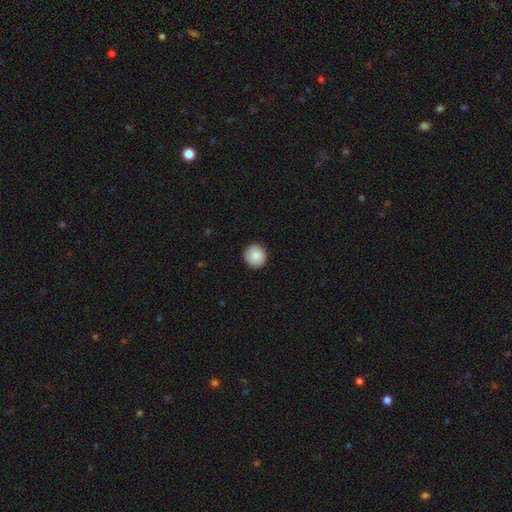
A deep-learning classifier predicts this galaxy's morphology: A smooth galaxy with no disk features (85%) that is round (90%). Merging: none (91%).